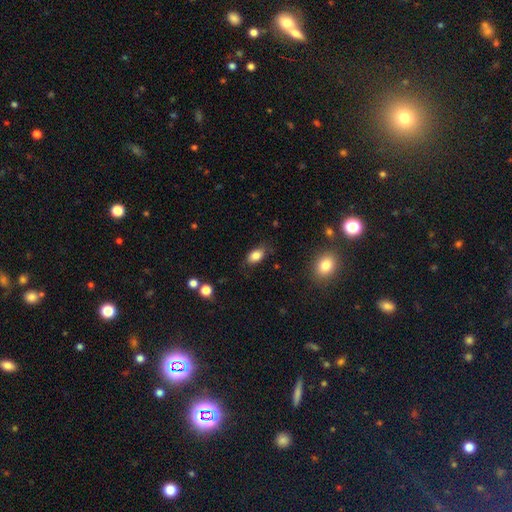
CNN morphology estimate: smooth 84%, star or artifact 9%, featured or disk 7%. Down the decision tree: how rounded — in between (88%); merging — none (80%).